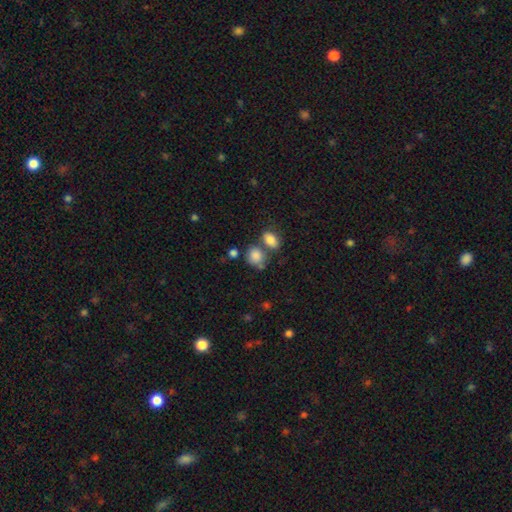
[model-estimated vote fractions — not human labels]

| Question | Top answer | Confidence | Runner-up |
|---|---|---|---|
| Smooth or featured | smooth | 83% | star or artifact (9%) |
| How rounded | round | 54% | in between (45%) |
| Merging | none | 49% | merger (30%) |